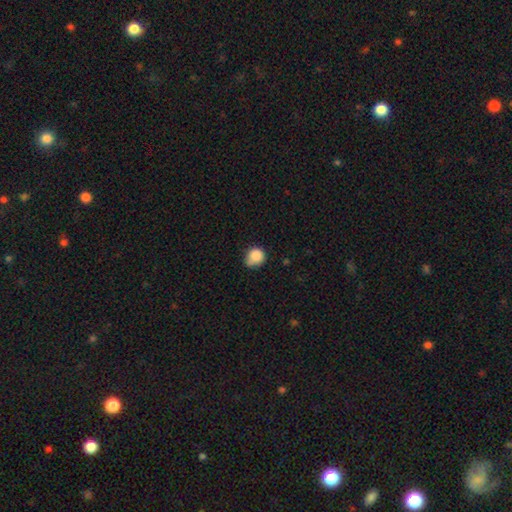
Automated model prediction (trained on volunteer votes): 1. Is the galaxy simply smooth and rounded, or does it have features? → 85% smooth, 10% star or artifact, 6% featured or disk.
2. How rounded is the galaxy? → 84% round, 15% in between, 1% cigar-shaped.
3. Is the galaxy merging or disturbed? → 52% none, 33% minor disturbance, 8% merger, 7% major disturbance.